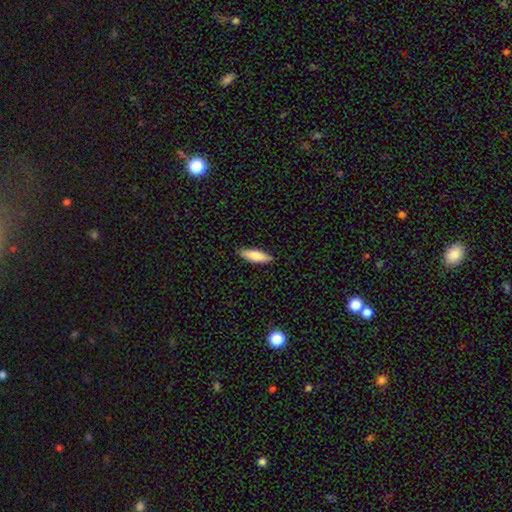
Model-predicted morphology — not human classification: smooth-or-featured: smooth: 80% | featured or disk: 14% | star or artifact: 6%
  how-rounded: in between: 51% | cigar-shaped: 48% | round: 2%
  merging: none: 88% | minor disturbance: 9% | major disturbance: 2% | merger: 1%